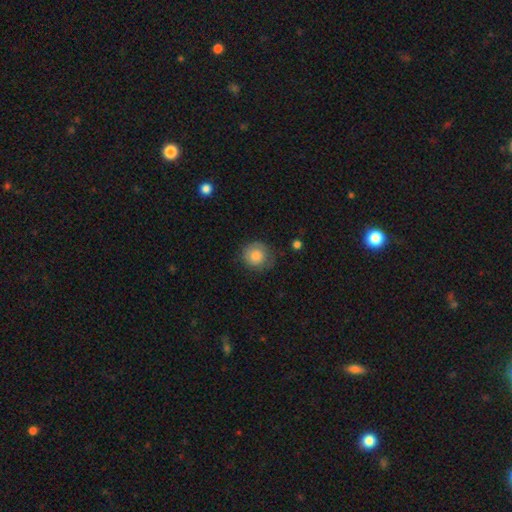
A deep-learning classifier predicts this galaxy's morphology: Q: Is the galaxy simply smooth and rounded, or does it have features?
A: smooth — 78%.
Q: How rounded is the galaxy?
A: round — 89%.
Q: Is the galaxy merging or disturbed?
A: none — 69%.